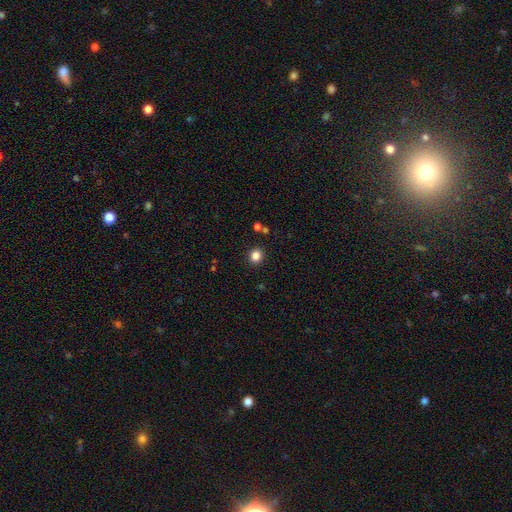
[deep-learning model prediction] This appears to be a smooth galaxy with no disk features (83%) that is round (84%). Merging: none (90%).